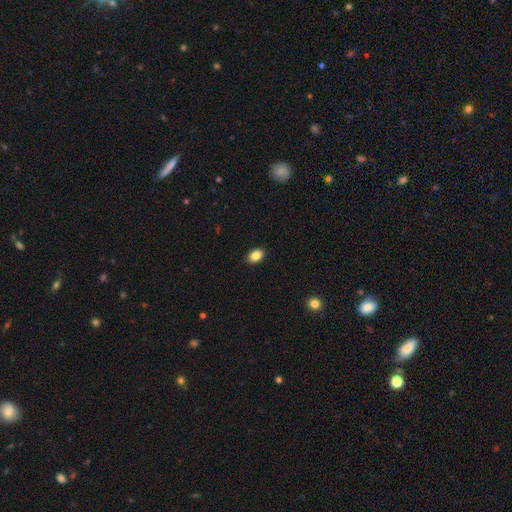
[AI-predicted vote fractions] This is clearly a smooth galaxy (87%). How rounded: clearly in between (83%). Merging: clearly none (89%).